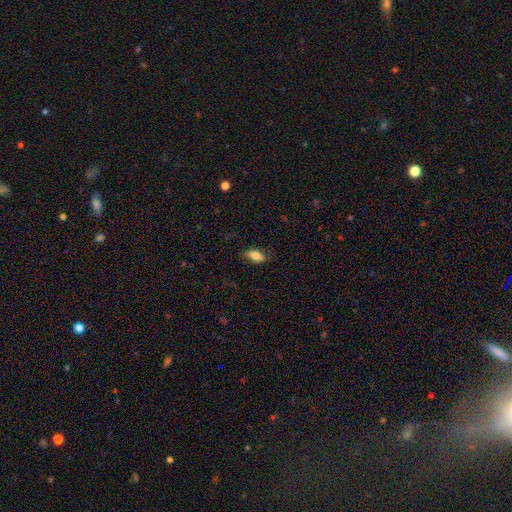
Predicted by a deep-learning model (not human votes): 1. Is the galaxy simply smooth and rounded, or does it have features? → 75% smooth, 17% featured or disk, 7% star or artifact.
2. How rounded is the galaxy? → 86% in between, 10% cigar-shaped, 4% round.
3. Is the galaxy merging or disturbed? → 81% none, 15% minor disturbance, 3% major disturbance, 1% merger.